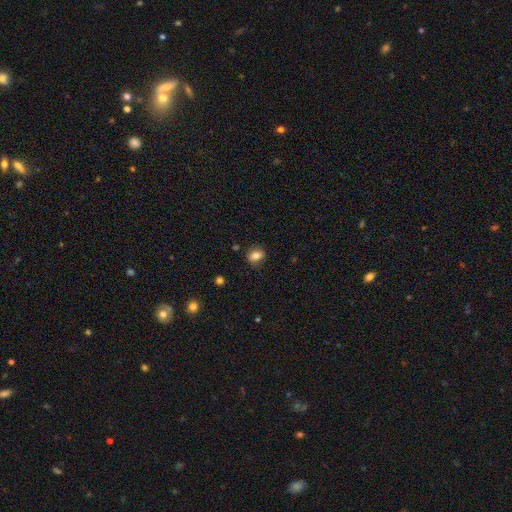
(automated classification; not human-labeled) This is likely a smooth galaxy (79%). How rounded: possibly in between (53%). Merging: clearly none (82%).